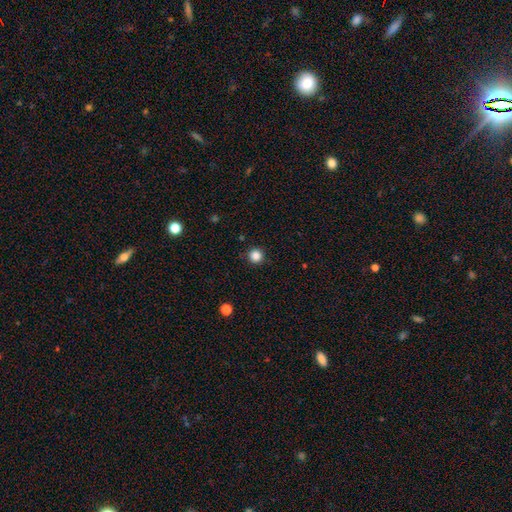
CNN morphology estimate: smooth-or-featured: smooth: 85% | star or artifact: 12% | featured or disk: 3%
  how-rounded: round: 96% | in between: 3% | cigar-shaped: 1%
  merging: none: 92% | minor disturbance: 5% | major disturbance: 2% | merger: 1%